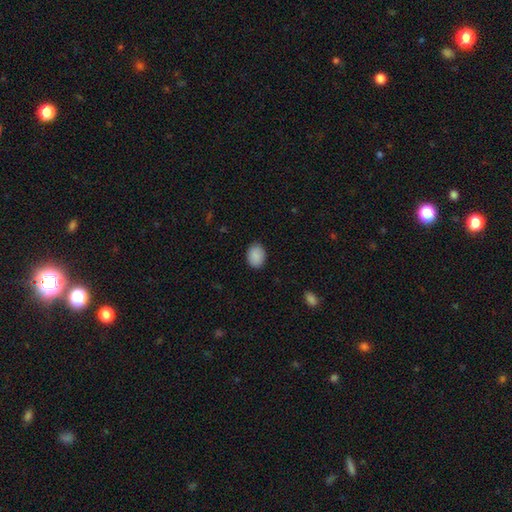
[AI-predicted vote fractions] Overall: smooth (90%). How rounded: in between (68%; round 31%). Merging: none (88%).